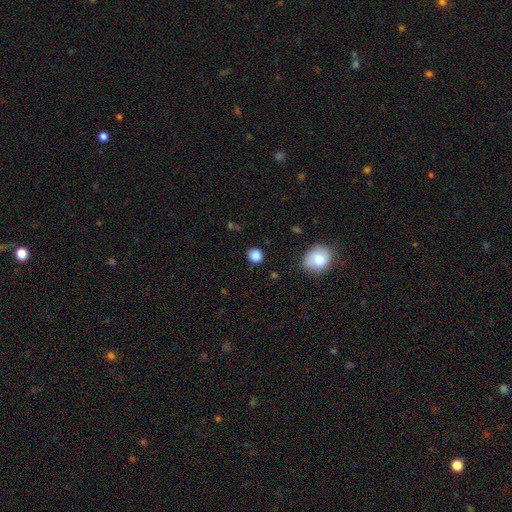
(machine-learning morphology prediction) The model was most divided on "how rounded": round: 85%, in between: 14%, cigar-shaped: 1%. More confident: merging — none (86%); smooth or featured — smooth (86%).